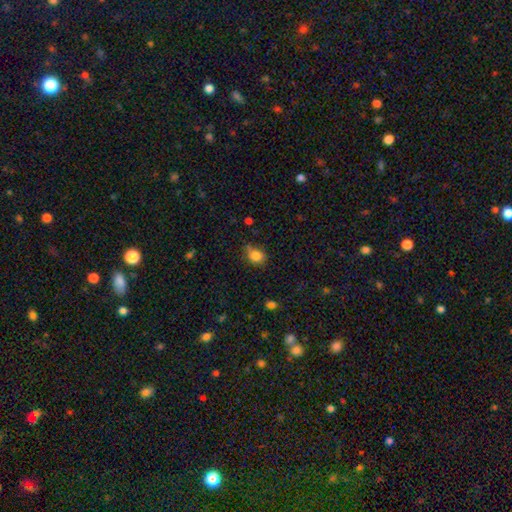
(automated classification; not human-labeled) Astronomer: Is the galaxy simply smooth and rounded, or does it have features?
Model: smooth — 84%.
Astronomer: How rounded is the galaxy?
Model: round — 54% (runner-up: in between, 45%).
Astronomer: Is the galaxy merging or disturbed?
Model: none — 57% (runner-up: minor disturbance, 32%).